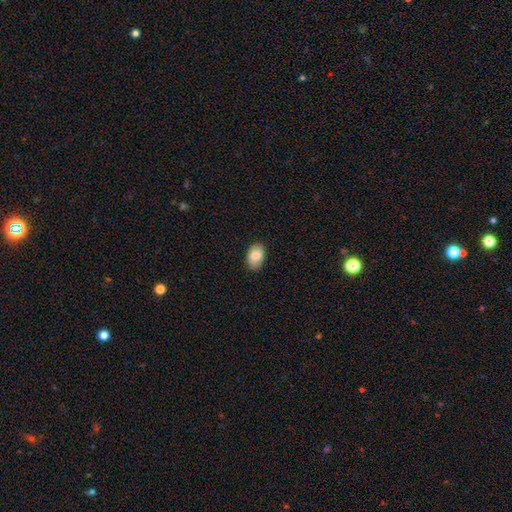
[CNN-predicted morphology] This is clearly a smooth galaxy (84%). How rounded: clearly in between (90%). Merging: clearly none (83%).